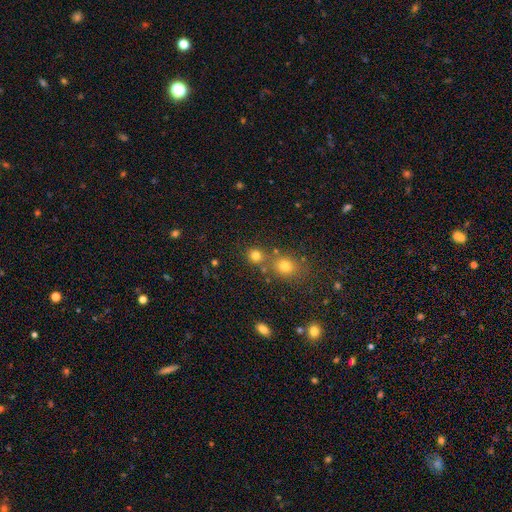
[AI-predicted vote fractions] Morphology: type=smooth (77%); roundness=round (86%); merging=none (66%).